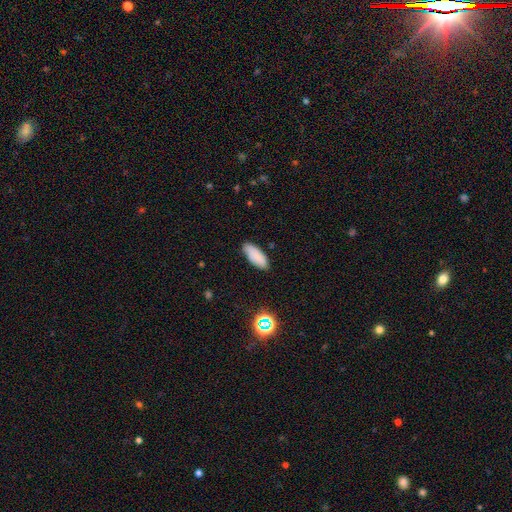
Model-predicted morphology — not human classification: Overall: smooth (84%). How rounded: in between (80%). Merging: none (82%).